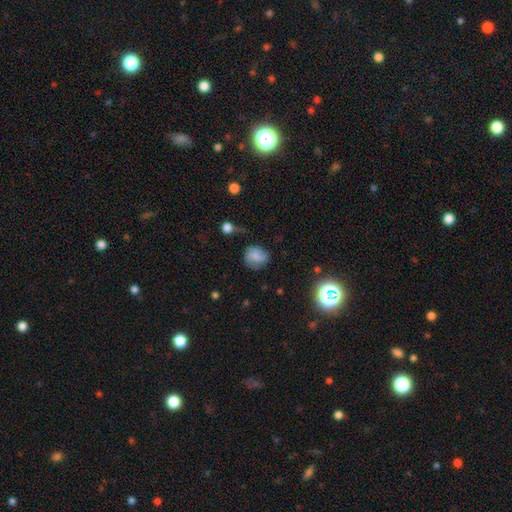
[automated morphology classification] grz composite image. It shows a smooth galaxy with no disk features (55%) that is round (72%). Merging: none (55%).